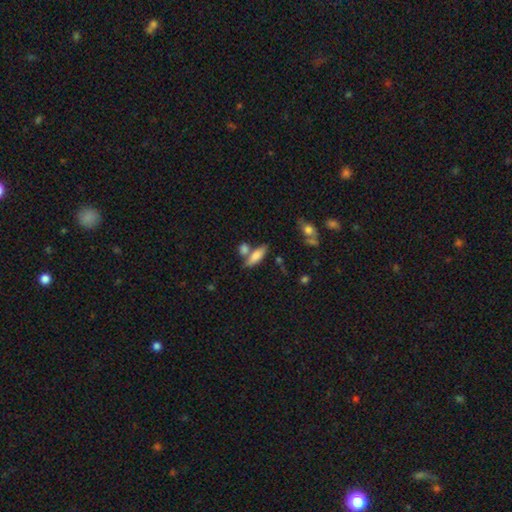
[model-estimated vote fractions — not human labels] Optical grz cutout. It shows a smooth galaxy with no disk features (73%) that is in between round and cigar-shaped (54%). Merging: none (57%).